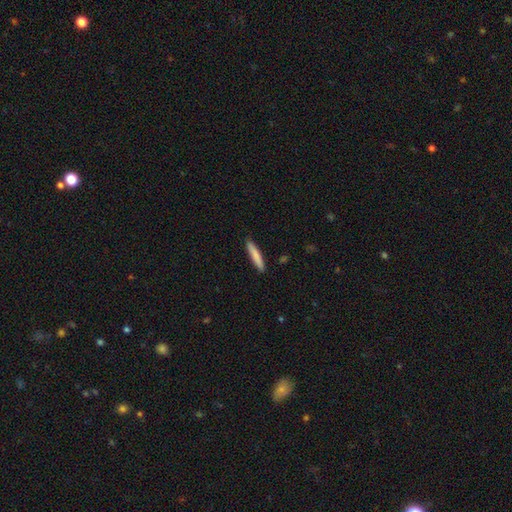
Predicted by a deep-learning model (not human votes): Q: Smooth or featured?
A: smooth (82%); runner-up: featured or disk (12%)
Q: How rounded?
A: cigar-shaped (92%); runner-up: in between (7%)
Q: Merging?
A: none (90%); runner-up: minor disturbance (7%)